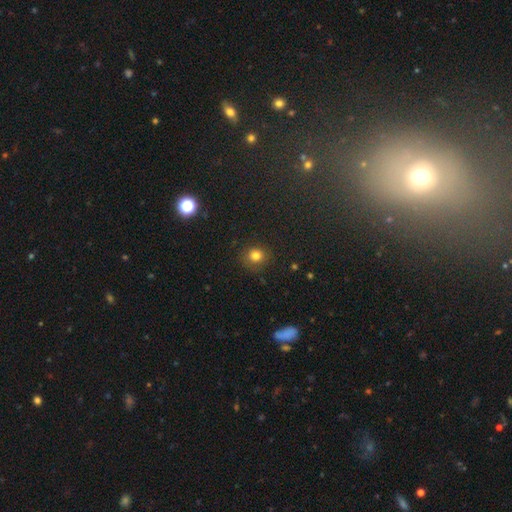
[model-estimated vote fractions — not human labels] smooth-or-featured: smooth: 80% | star or artifact: 14% | featured or disk: 6%
  how-rounded: round: 82% | in between: 17% | cigar-shaped: 1%
  merging: none: 83% | minor disturbance: 12% | major disturbance: 4% | merger: 1%